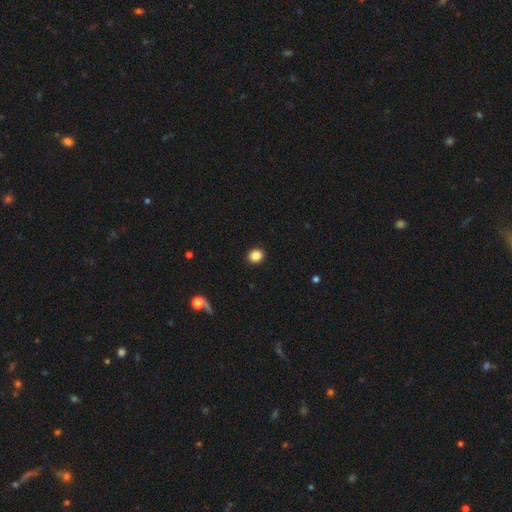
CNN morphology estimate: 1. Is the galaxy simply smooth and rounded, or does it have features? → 86% smooth, 10% star or artifact, 4% featured or disk.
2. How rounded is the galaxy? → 80% round, 19% in between, 1% cigar-shaped.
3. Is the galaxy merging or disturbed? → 92% none, 5% minor disturbance, 2% major disturbance, 1% merger.